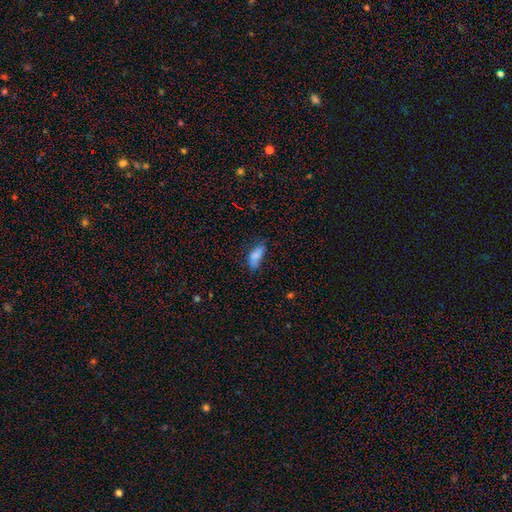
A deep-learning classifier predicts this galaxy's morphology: Smooth or featured? Predicted: smooth (p=0.79). How rounded? Predicted: in between (p=0.79). Merging? Predicted: none (p=0.49).